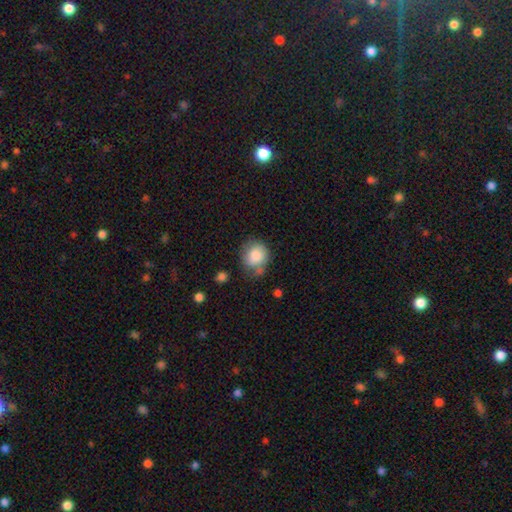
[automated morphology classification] Smooth or featured? smooth (82%)
How rounded? round (76%)
Merging? none (54%)